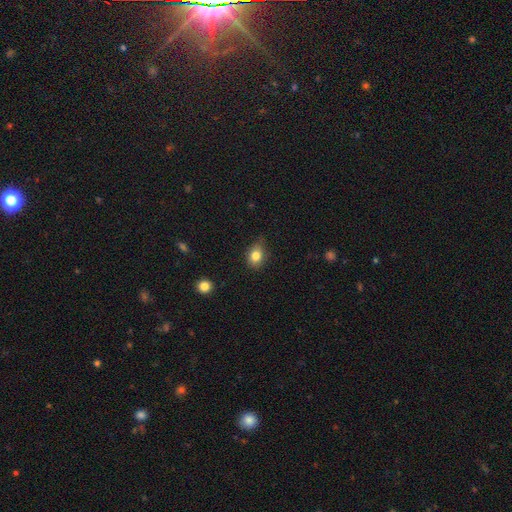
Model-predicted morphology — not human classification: This is clearly a smooth galaxy (81%). How rounded: possibly in between (52%). Merging: likely none (66%).